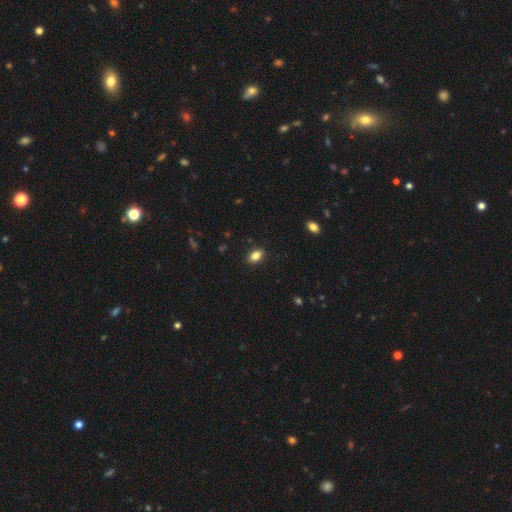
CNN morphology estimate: A smooth galaxy with no disk features (83%) that is in between round and cigar-shaped (84%).

Vote fractions:
- Smooth or featured? smooth: 83% / star or artifact: 10% / featured or disk: 7%
- How rounded? in between: 84% / round: 14% / cigar-shaped: 2%
- Merging? none: 88% / minor disturbance: 9% / major disturbance: 2% / merger: 1%